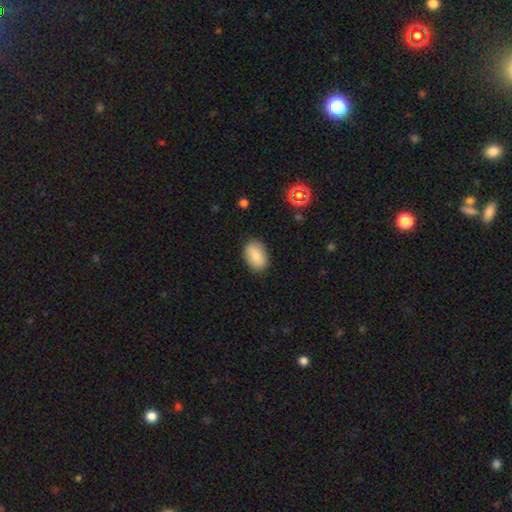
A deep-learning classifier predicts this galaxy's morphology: Smooth or featured? Predicted: smooth (p=0.85). How rounded? Predicted: in between (p=0.88). Merging? Predicted: none (p=0.86).